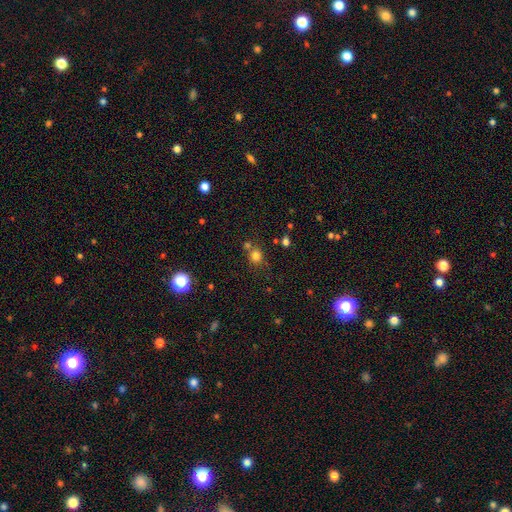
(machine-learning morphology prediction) Smooth or featured? Predicted: smooth (p=0.77). How rounded? Predicted: round (p=0.81). Merging? Predicted: none (p=0.65).